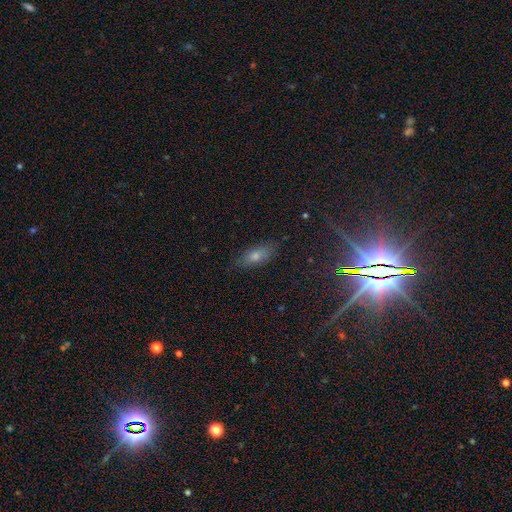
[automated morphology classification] smooth-or-featured: smooth: 56% | star or artifact: 26% | featured or disk: 19%
  how-rounded: in between: 77% | cigar-shaped: 18% | round: 5%
  merging: none: 83% | minor disturbance: 12% | major disturbance: 3% | merger: 1%